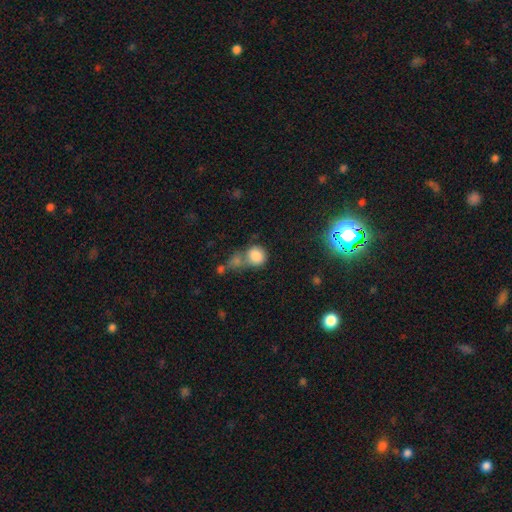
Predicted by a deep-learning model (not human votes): Smooth or featured? smooth (82%)
How rounded? round (79%)
Merging? none (39%, tied with merger)